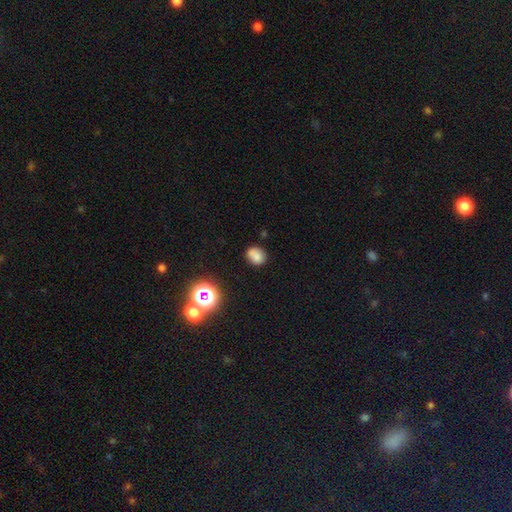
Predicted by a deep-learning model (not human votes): A smooth galaxy with no disk features (76%) that is round (57%).

Vote fractions:
- Smooth or featured? smooth: 76% / star or artifact: 15% / featured or disk: 10%
- How rounded? round: 57% / in between: 42% / cigar-shaped: 1%
- Merging? none: 68% / minor disturbance: 17% / merger: 10% / major disturbance: 4%